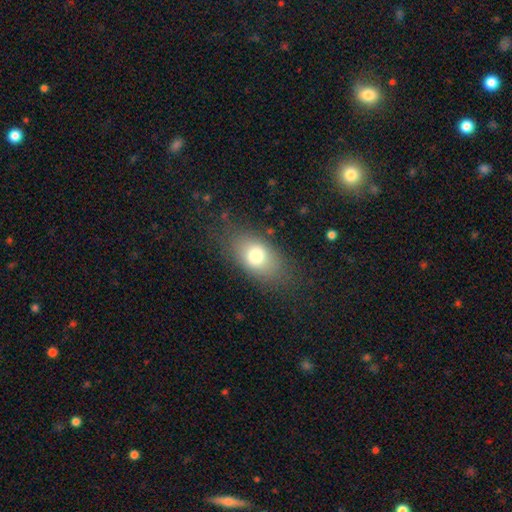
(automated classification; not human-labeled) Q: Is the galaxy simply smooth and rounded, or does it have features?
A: smooth — 75%.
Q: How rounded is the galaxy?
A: in between — 82%.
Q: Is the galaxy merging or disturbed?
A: none — 75%.